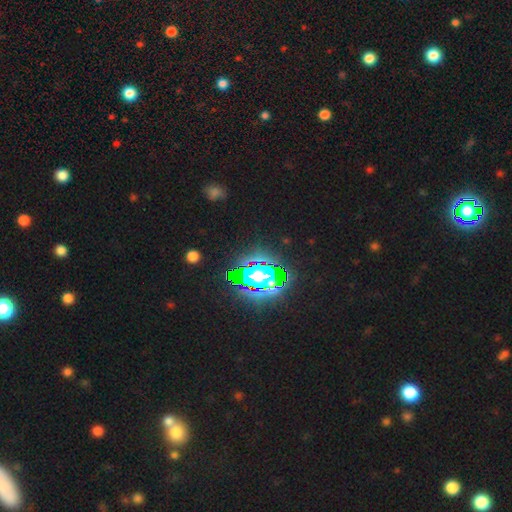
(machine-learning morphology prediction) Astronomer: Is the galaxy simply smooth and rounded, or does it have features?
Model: star or artifact — 82%.